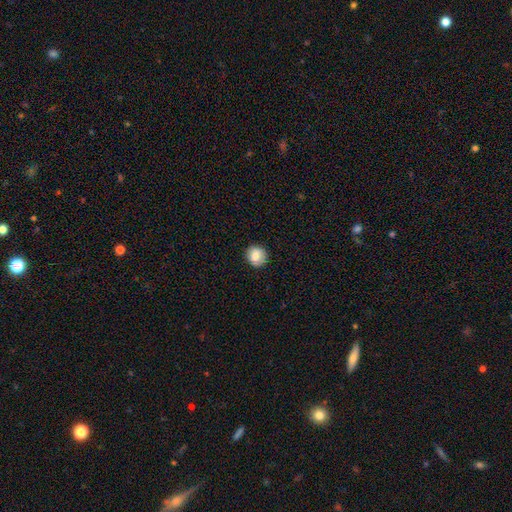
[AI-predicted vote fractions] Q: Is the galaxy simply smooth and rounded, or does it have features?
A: smooth — 80%.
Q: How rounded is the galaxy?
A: round — 89%.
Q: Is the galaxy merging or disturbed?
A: none — 87%.